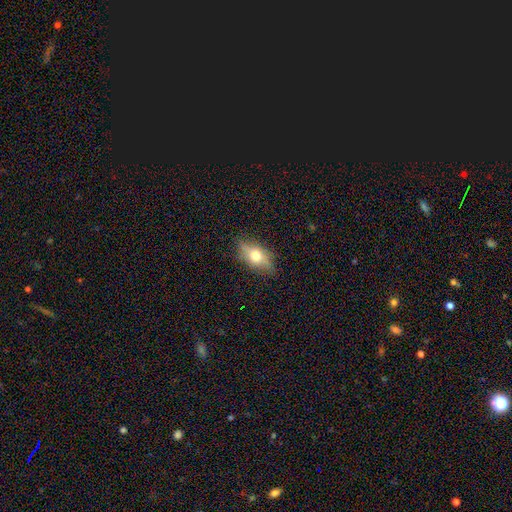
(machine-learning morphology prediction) Q: Smooth or featured?
A: smooth (54%); runner-up: featured or disk (37%)
Q: How rounded?
A: in between (79%); runner-up: cigar-shaped (12%)
Q: Merging?
A: none (80%); runner-up: minor disturbance (15%)